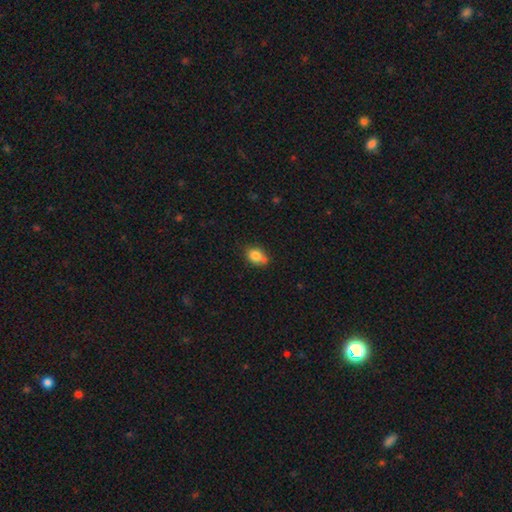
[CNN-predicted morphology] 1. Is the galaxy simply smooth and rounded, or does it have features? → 81% smooth, 10% featured or disk, 9% star or artifact.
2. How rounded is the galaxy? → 72% in between, 26% round, 2% cigar-shaped.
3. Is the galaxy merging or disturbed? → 57% none, 28% minor disturbance, 10% merger, 5% major disturbance.